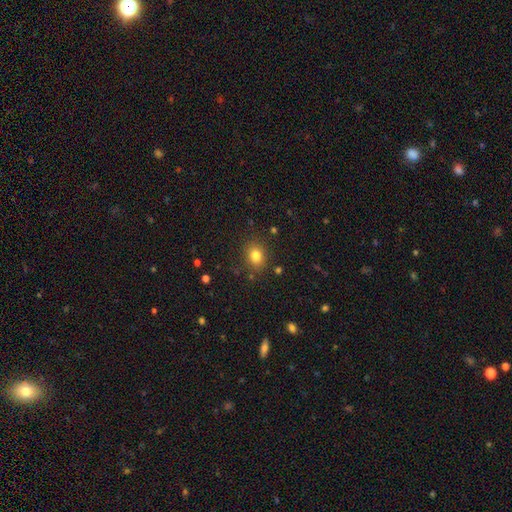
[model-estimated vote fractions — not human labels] Morphology: type=smooth (80%); roundness=round (56%); merging=none (84%).